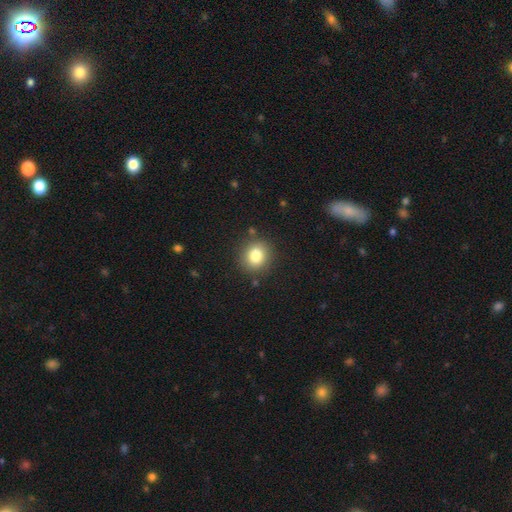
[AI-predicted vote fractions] Overall: smooth (81%). How rounded: round (81%). Merging: none (87%).